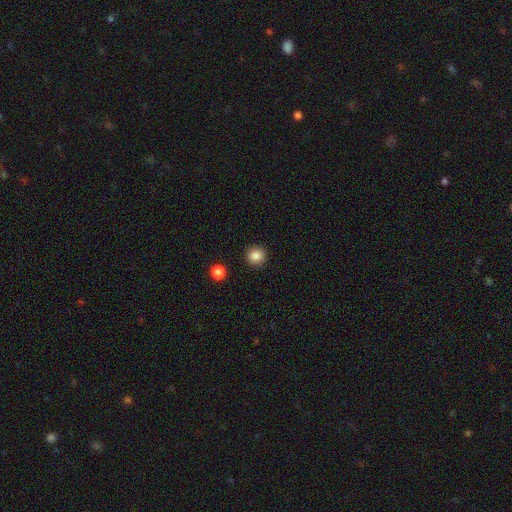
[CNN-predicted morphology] This appears to be a smooth galaxy with no disk features (86%) that is round (94%). Merging: none (92%).